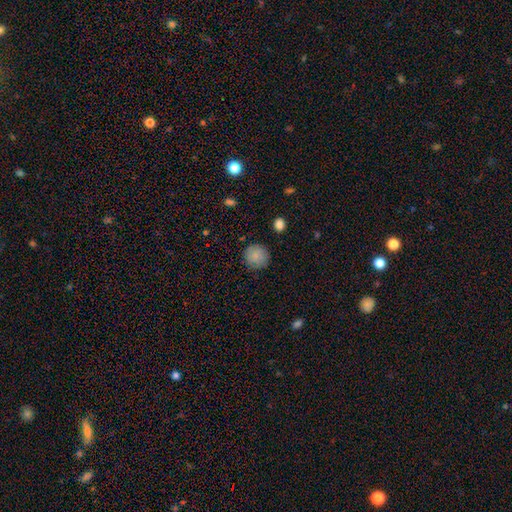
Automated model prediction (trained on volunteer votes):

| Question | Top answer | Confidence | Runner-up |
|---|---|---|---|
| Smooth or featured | smooth | 86% | star or artifact (8%) |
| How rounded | round | 92% | in between (7%) |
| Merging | none | 87% | minor disturbance (9%) |